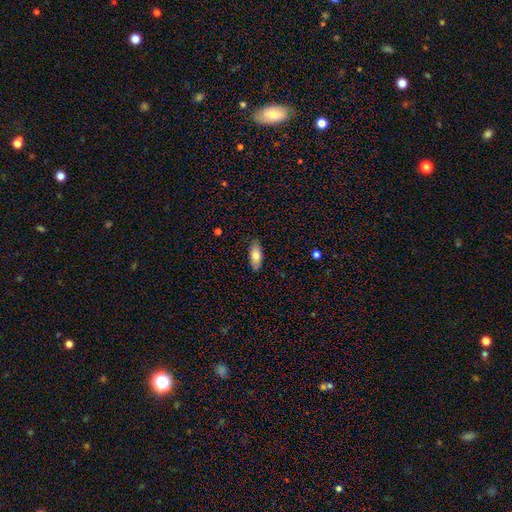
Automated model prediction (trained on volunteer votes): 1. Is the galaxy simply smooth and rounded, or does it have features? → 73% smooth, 21% featured or disk, 7% star or artifact.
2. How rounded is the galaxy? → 78% in between, 19% cigar-shaped, 3% round.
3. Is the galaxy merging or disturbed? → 86% none, 11% minor disturbance, 2% major disturbance, 1% merger.